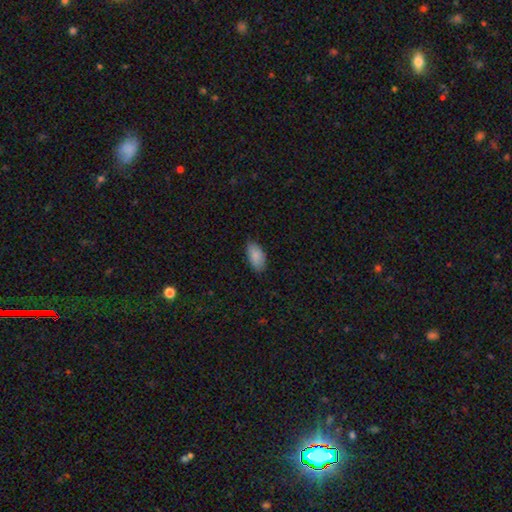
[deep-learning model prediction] Smooth or featured: smooth — 88% (star or artifact — 6%)
How rounded: in between — 94% (cigar-shaped — 3%)
Merging: none — 82% (minor disturbance — 15%)